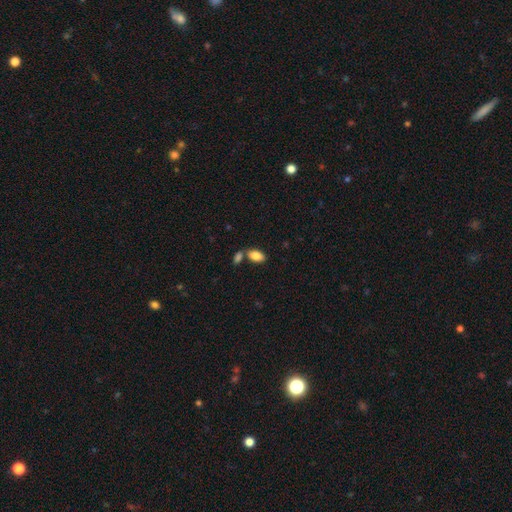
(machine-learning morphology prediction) This is clearly a smooth galaxy (86%). How rounded: clearly in between (93%). Merging: likely none (61%).